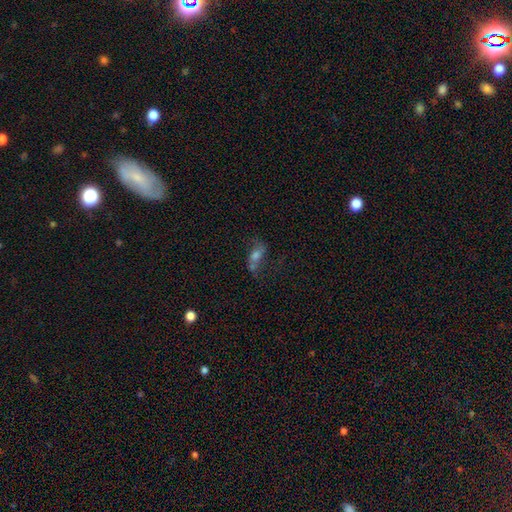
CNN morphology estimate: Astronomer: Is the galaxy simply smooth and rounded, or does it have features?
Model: featured or disk — 46% (runner-up: smooth, 36%).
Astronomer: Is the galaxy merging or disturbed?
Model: none — 49%.